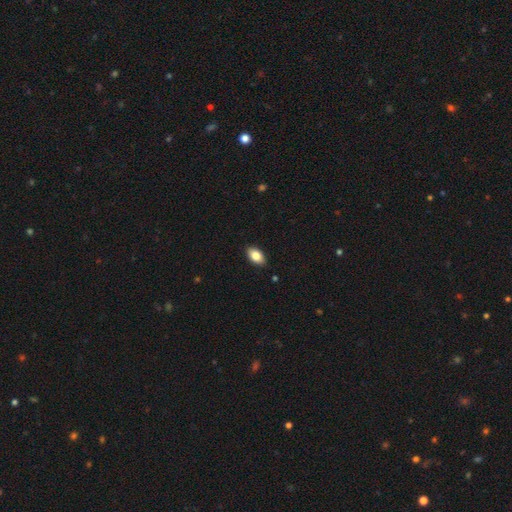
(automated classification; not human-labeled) This appears to be a smooth galaxy with no disk features (84%) that is in between round and cigar-shaped (92%). Merging: none (88%).